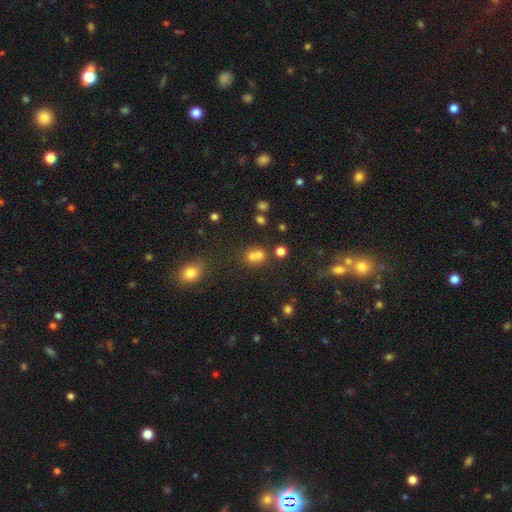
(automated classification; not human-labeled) Smooth or featured? Predicted: smooth (p=0.68). How rounded? Predicted: round (p=0.70). Merging? Predicted: merger (p=0.54).